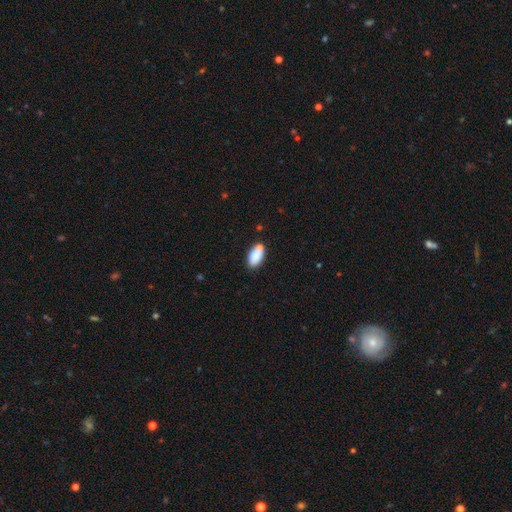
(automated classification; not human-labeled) This is clearly a smooth galaxy (85%). How rounded: clearly in between (93%). Merging: likely none (67%).